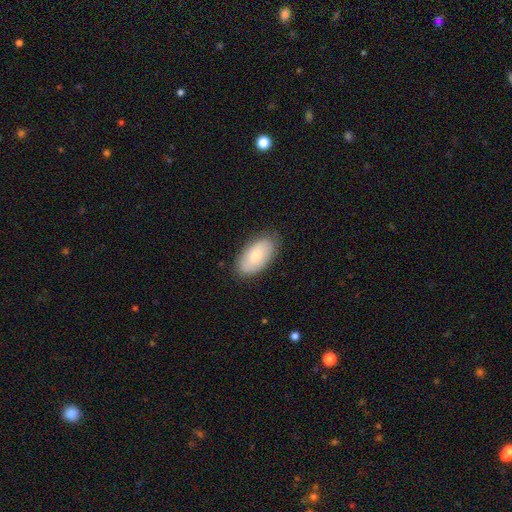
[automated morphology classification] smooth-or-featured: smooth: 73% | featured or disk: 21% | star or artifact: 6%
  how-rounded: in between: 95% | round: 3% | cigar-shaped: 2%
  merging: none: 83% | minor disturbance: 13% | major disturbance: 3% | merger: 1%